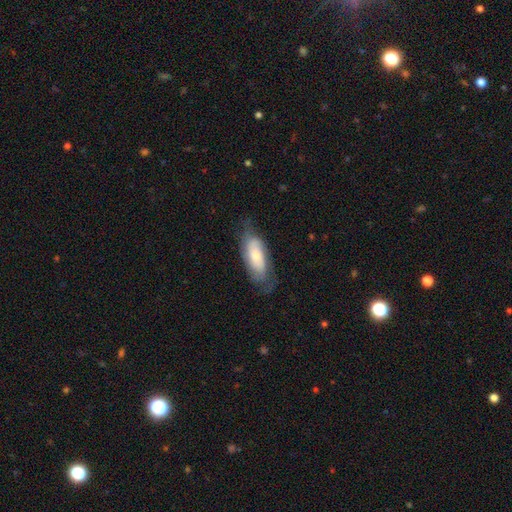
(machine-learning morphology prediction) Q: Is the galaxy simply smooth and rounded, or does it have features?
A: smooth — 54%.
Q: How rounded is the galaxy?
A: in between — 78%.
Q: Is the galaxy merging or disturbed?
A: none — 61%.